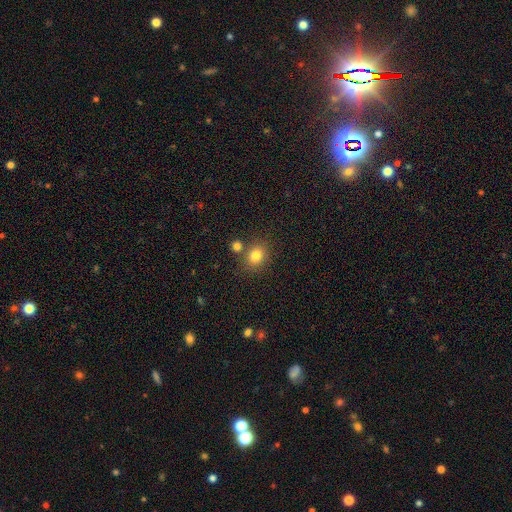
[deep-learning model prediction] Morphology: type=smooth (81%); roundness=round (61%); merging=none (71%).